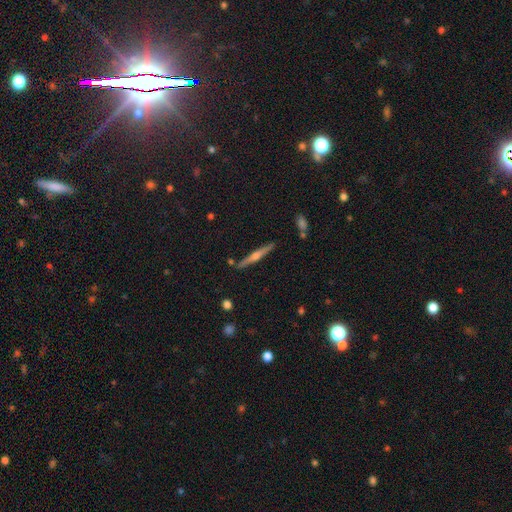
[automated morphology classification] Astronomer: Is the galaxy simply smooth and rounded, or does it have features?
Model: featured or disk — 76%.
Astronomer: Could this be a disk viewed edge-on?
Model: yes — 98%.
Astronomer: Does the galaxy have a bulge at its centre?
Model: rounded — 86%.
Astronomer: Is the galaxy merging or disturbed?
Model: none — 89%.